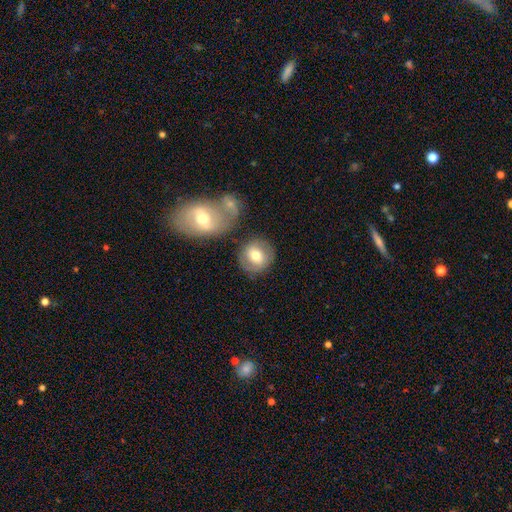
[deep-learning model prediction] smooth 69%, featured or disk 24%, star or artifact 8%. Down the decision tree: how rounded — round (85%); merging — none (74%).